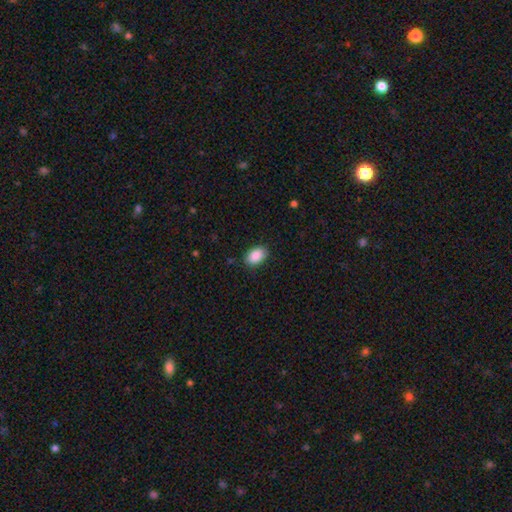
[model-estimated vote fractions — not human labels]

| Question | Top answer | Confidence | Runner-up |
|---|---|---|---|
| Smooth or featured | smooth | 90% | star or artifact (7%) |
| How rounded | in between | 89% | round (9%) |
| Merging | none | 86% | minor disturbance (11%) |